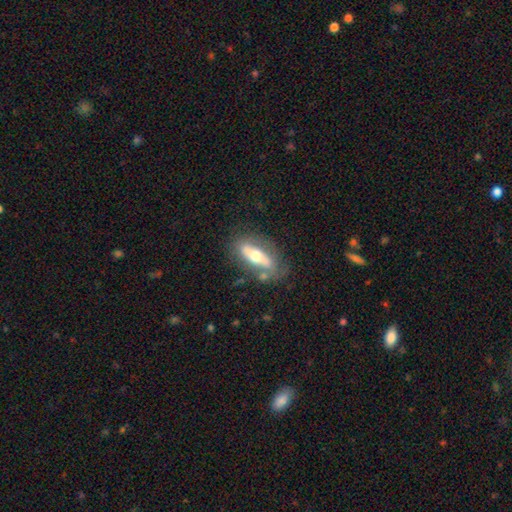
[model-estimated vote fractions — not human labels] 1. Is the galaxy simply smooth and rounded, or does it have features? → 56% featured or disk, 38% smooth, 7% star or artifact.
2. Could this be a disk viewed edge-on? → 66% no, 34% yes.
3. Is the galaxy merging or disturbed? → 66% none, 20% minor disturbance, 9% major disturbance, 6% merger.